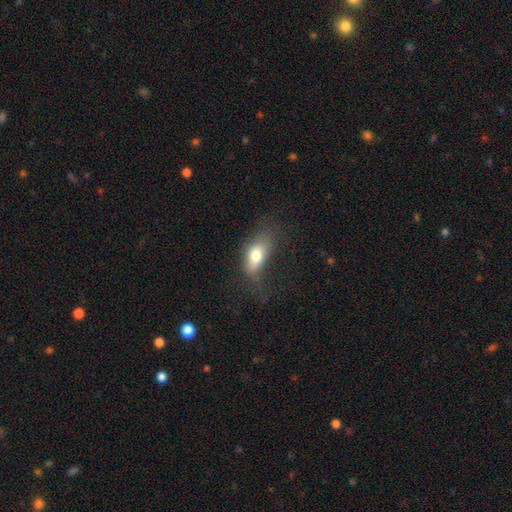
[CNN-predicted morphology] smooth-or-featured: smooth: 74% | featured or disk: 17% | star or artifact: 9%
  how-rounded: in between: 86% | round: 8% | cigar-shaped: 7%
  merging: none: 48% | minor disturbance: 28% | major disturbance: 21% | merger: 2%